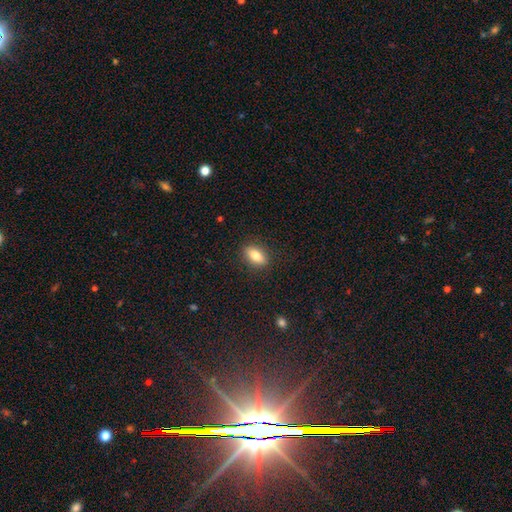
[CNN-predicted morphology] The model was most divided on "smooth or featured": smooth: 78%, featured or disk: 14%, star or artifact: 8%. More confident: merging — none (88%); how rounded — in between (83%).